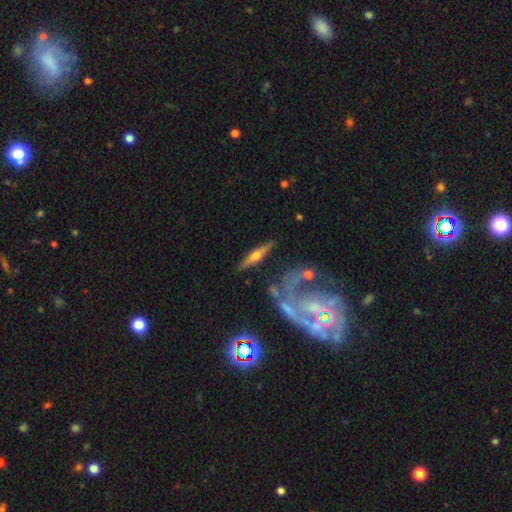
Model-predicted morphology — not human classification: Smooth or featured? featured or disk (69%)
Edge-on disk? yes (92%)
Edge-on bulge? rounded (91%)
Merging? none (78%)